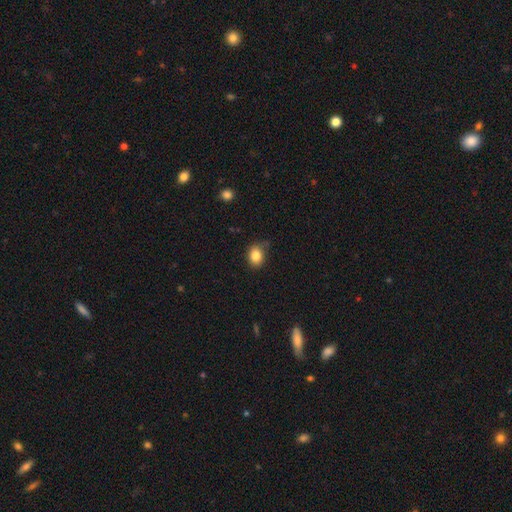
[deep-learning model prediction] Smooth or featured? smooth (84%)
How rounded? in between (57%)
Merging? none (72%)